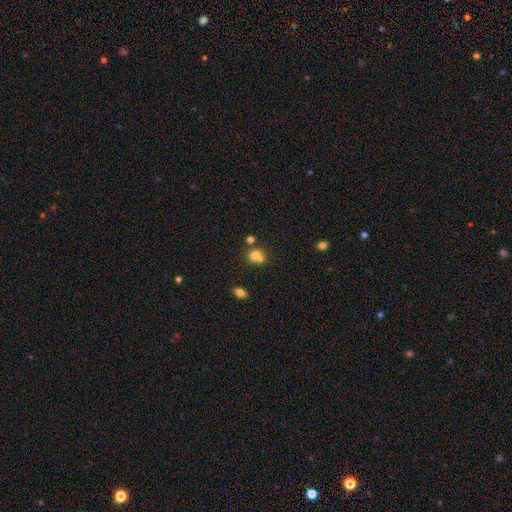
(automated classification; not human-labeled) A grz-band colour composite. It shows a smooth galaxy with no disk features (72%) that is round (75%). Merging: merger (48%).